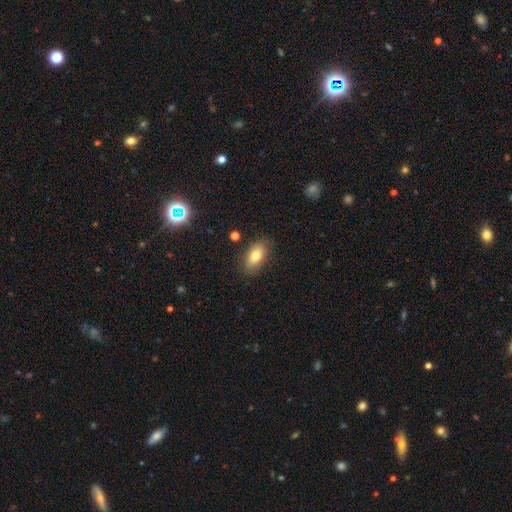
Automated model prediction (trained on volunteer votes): Overall: smooth (75%). How rounded: in between (90%). Merging: none (81%).